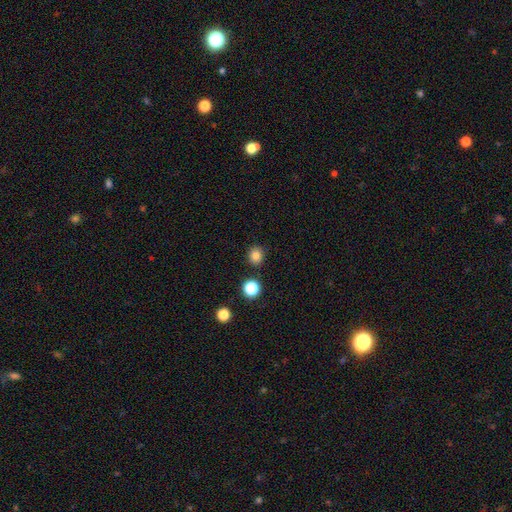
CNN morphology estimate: smooth-or-featured: smooth: 82% | star or artifact: 14% | featured or disk: 5%
  how-rounded: round: 82% | in between: 17% | cigar-shaped: 1%
  merging: none: 88% | minor disturbance: 7% | merger: 3% | major disturbance: 2%